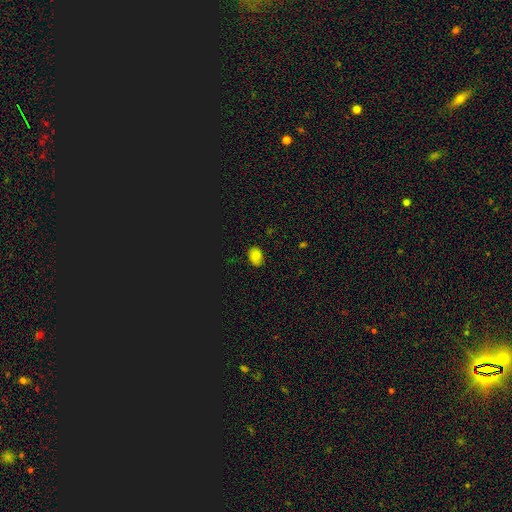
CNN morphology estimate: A smooth galaxy with no disk features (74%) that is in between round and cigar-shaped (73%). Merging: none (76%).